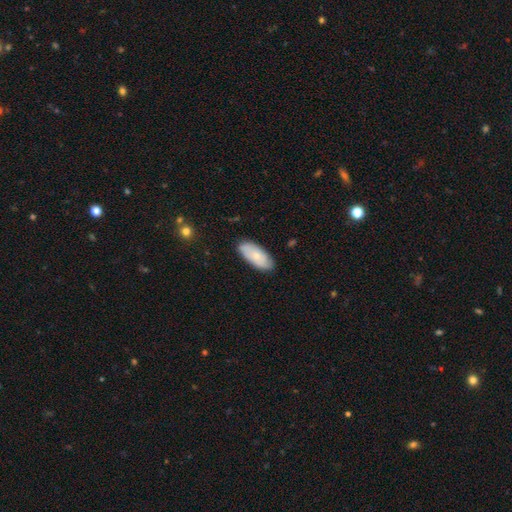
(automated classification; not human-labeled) A smooth galaxy with no disk features (70%) that is in between round and cigar-shaped (90%). Merging: none (83%).